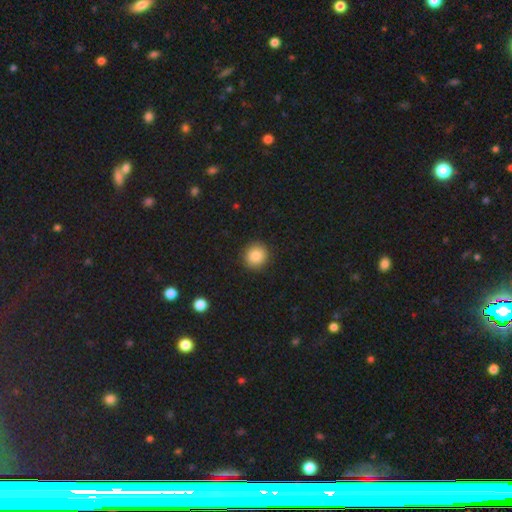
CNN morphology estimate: smooth_or_featured: smooth (p=0.87) [alt: star or artifact p=0.09]
how_rounded: round (p=0.91) [alt: in between p=0.09]
merging: none (p=0.91) [alt: minor disturbance p=0.06]